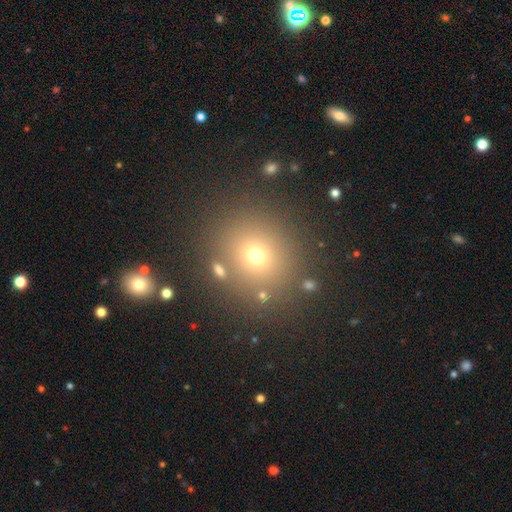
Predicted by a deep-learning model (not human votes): smooth 64%, star or artifact 26%, featured or disk 10%. Down the decision tree: how rounded — round (85%); merging — none (84%).